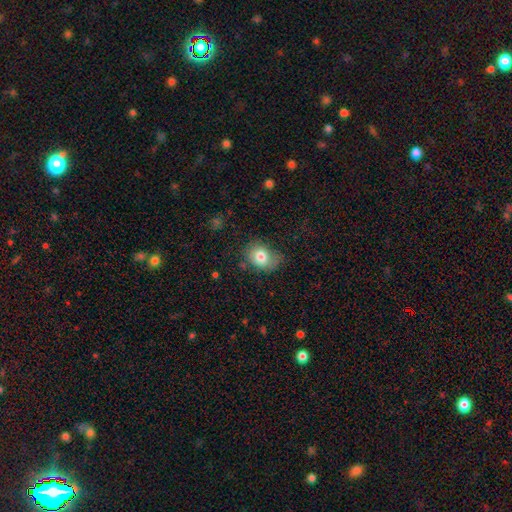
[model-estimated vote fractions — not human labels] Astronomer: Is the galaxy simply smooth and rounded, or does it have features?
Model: smooth — 58%.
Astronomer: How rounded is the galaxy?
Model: round — 55% (runner-up: in between, 42%).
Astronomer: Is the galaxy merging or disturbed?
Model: none — 83%.